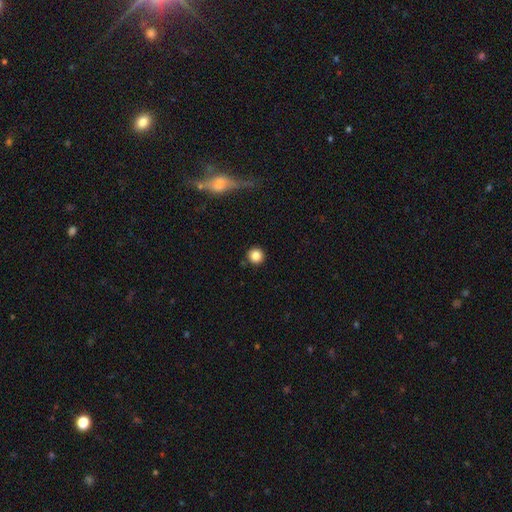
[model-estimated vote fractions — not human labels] This is clearly a smooth galaxy (85%). How rounded: clearly round (95%). Merging: clearly none (90%).